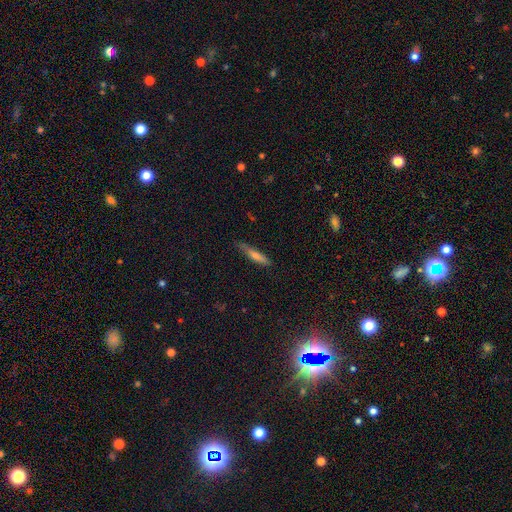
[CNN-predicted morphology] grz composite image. It shows a smooth galaxy with no disk features (44%). Merging: none (77%).